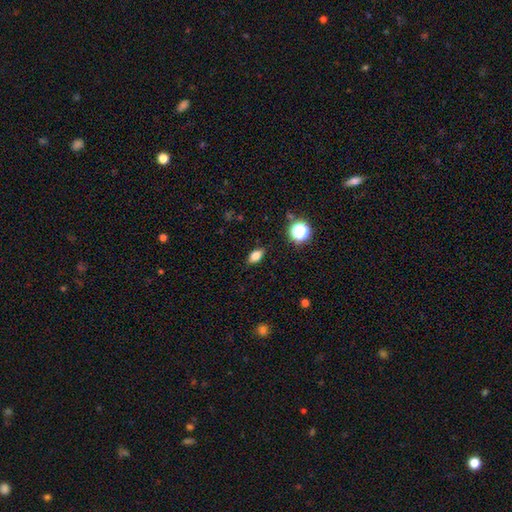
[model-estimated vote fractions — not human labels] A smooth galaxy with no disk features (76%) that is in between round and cigar-shaped (80%). Merging: none (87%).